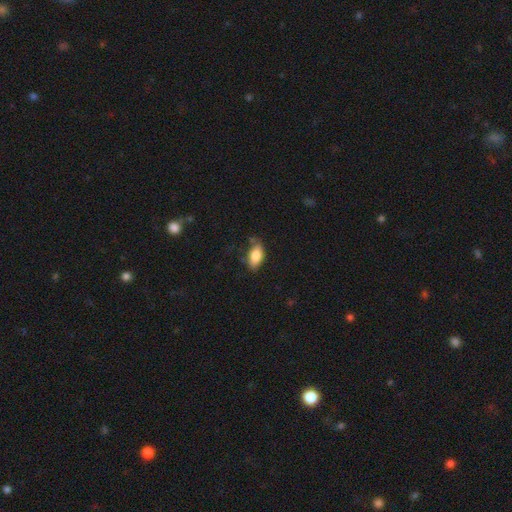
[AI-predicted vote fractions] A smooth galaxy with no disk features (82%) that is in between round and cigar-shaped (90%). Merging: none (72%).